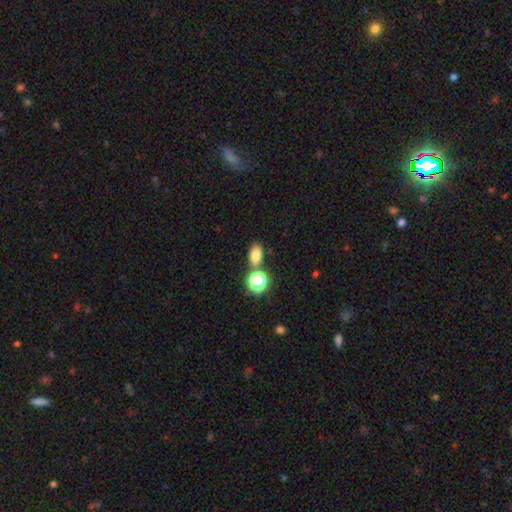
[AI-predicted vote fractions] Smooth or featured? Predicted: smooth (p=0.75). How rounded? Predicted: in between (p=0.79). Merging? Predicted: none (p=0.73).